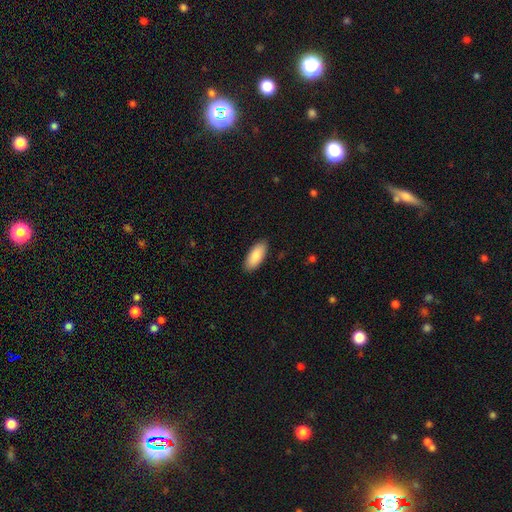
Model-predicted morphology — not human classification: Smooth or featured?
  - smooth: 88% *
  - featured or disk: 6%
  - star or artifact: 5%
How rounded?
  - in between: 86% *
  - cigar-shaped: 12%
  - round: 2%
Merging?
  - none: 89% *
  - minor disturbance: 8%
  - major disturbance: 2%
  - merger: 1%